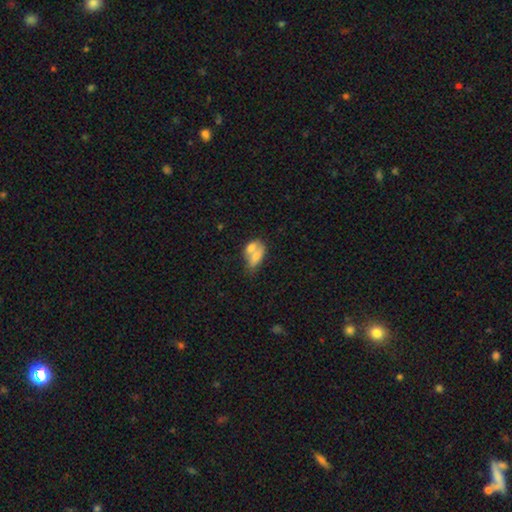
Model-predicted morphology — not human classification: This appears to be a smooth galaxy with no disk features (67%) that is in between round and cigar-shaped (83%). Merging: merger (63%).